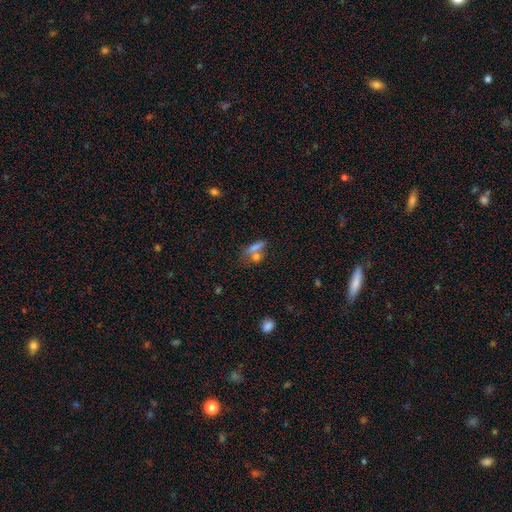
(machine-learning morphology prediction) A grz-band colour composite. It shows a smooth galaxy with no disk features (62%) that is in between round and cigar-shaped (42%). Merging: none (47%).